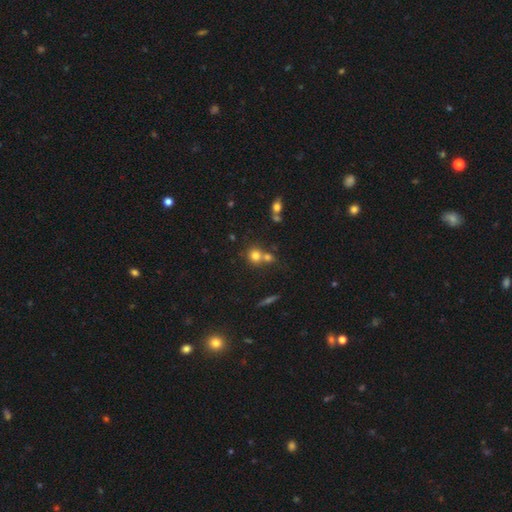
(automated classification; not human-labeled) Q: Smooth or featured?
A: smooth (74%); runner-up: star or artifact (15%)
Q: How rounded?
A: round (85%); runner-up: in between (13%)
Q: Merging?
A: none (48%); runner-up: merger (41%)